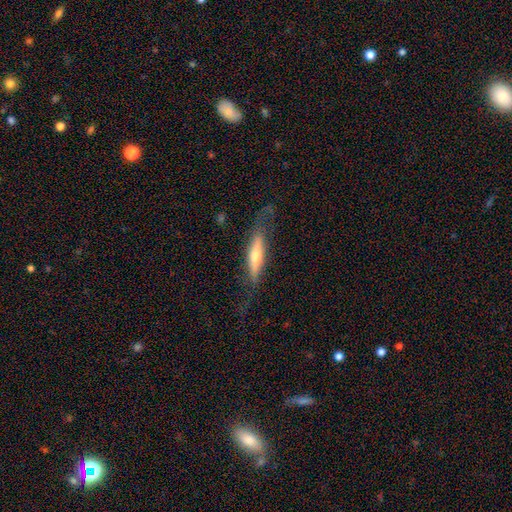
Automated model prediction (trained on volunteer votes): Smooth or featured?
  - featured or disk: 52% *
  - smooth: 42%
  - star or artifact: 6%
Edge-on disk?
  - yes: 78% *
  - no: 22%
Merging?
  - none: 62% *
  - minor disturbance: 21%
  - major disturbance: 15%
  - merger: 2%